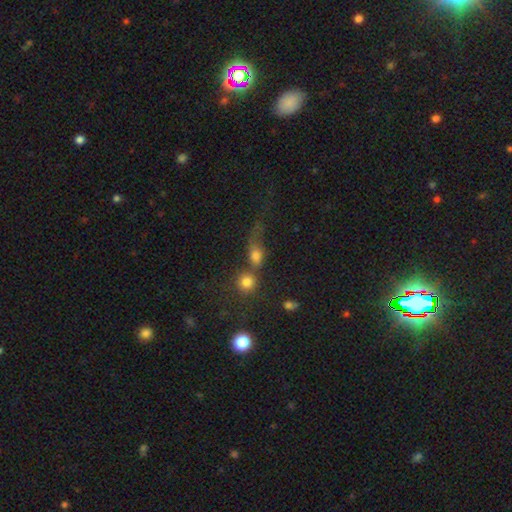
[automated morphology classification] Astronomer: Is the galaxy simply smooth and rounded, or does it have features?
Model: smooth — 71%.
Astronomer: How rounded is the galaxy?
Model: in between — 49% (runner-up: round, 43%).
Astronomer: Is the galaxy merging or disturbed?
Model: merger — 44% (runner-up: none, 27%).